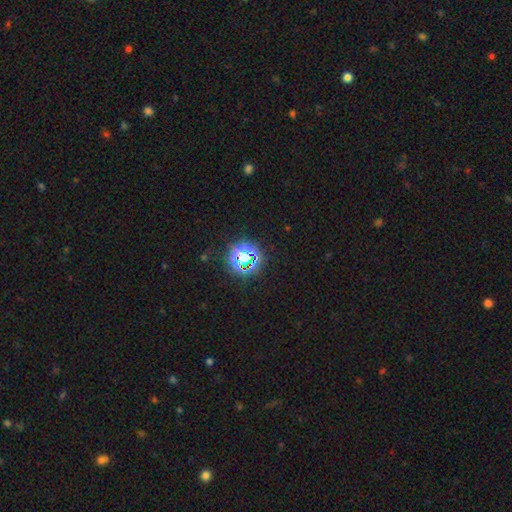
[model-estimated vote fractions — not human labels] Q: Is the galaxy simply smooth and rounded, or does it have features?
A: star or artifact — 75%.